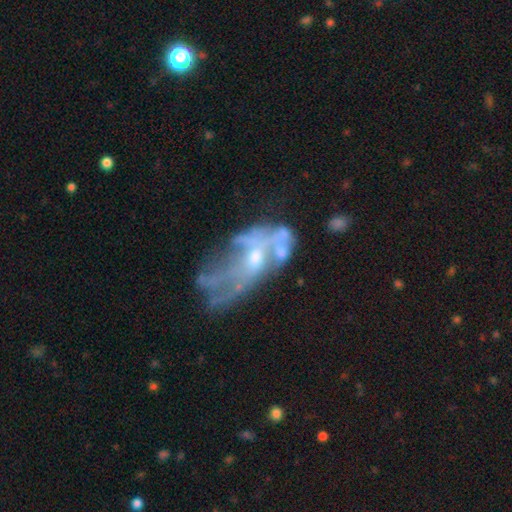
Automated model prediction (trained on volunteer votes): Smooth or featured: featured or disk — 72% (smooth — 17%)
Edge-on disk: no — 94% (yes — 6%)
Bar: no — 74% (weak — 21%)
Spiral arms: no — 64% (yes — 36%)
Bulge size: small — 44% (moderate — 43%)
Merging: major disturbance — 38% (none — 27%)